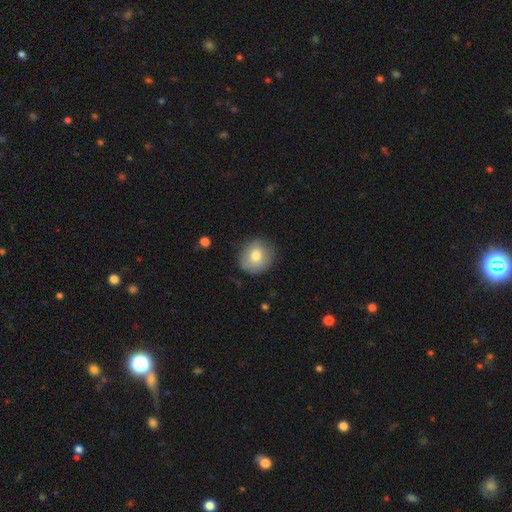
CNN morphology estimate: smooth 77%, featured or disk 15%, star or artifact 8%. Down the decision tree: how rounded — round (84%); merging — none (80%).